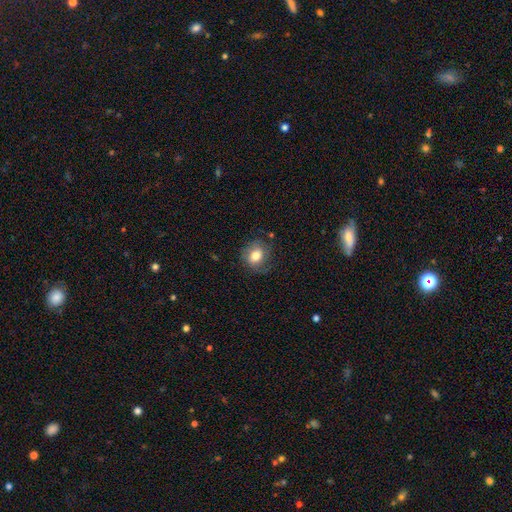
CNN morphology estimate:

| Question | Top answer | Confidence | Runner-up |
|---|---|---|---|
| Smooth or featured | smooth | 76% | featured or disk (15%) |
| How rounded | round | 63% | in between (36%) |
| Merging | none | 68% | minor disturbance (22%) |